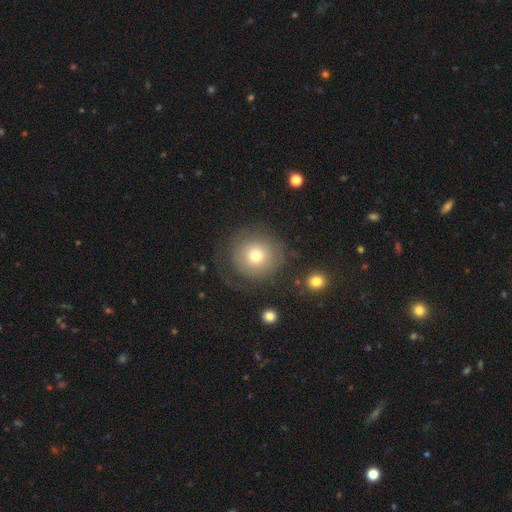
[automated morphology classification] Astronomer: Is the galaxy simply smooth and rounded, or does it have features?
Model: smooth — 61%.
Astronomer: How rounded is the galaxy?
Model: round — 93%.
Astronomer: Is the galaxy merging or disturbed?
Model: none — 65%.